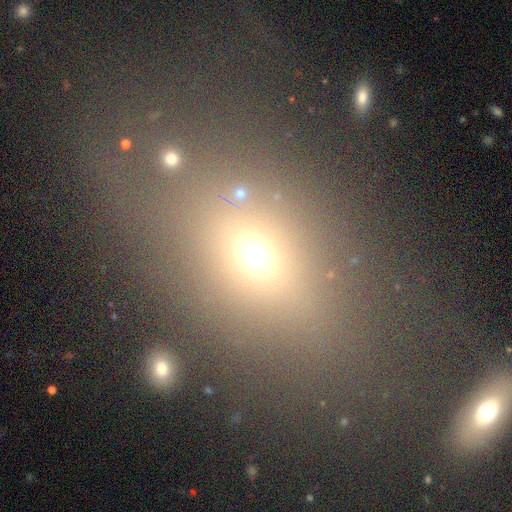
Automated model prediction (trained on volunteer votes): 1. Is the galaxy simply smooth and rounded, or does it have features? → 62% smooth, 22% star or artifact, 16% featured or disk.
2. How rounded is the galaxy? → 63% in between, 32% round, 5% cigar-shaped.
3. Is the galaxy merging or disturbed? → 67% none, 14% minor disturbance, 12% major disturbance, 8% merger.